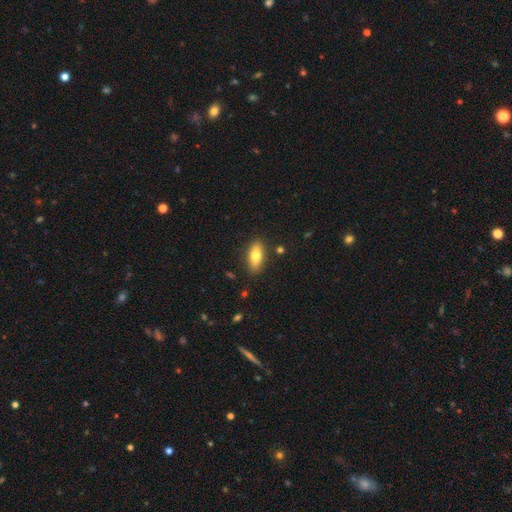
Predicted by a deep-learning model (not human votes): Q: Smooth or featured?
A: smooth (76%); runner-up: featured or disk (17%)
Q: How rounded?
A: in between (82%); runner-up: cigar-shaped (15%)
Q: Merging?
A: none (86%); runner-up: minor disturbance (10%)